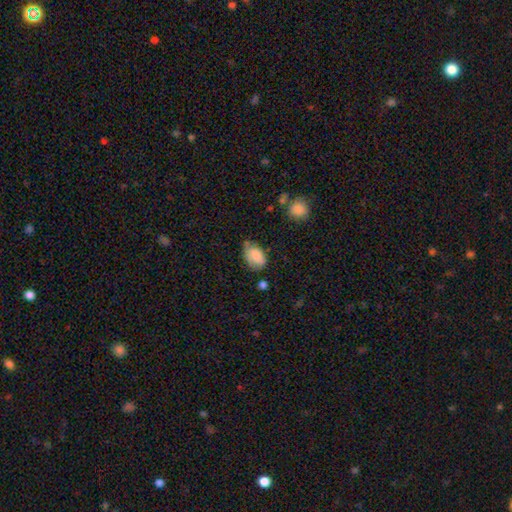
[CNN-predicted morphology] smooth_or_featured: smooth (p=0.82) [alt: featured or disk p=0.11]
how_rounded: in between (p=0.89) [alt: round p=0.10]
merging: none (p=0.55) [alt: minor disturbance p=0.33]